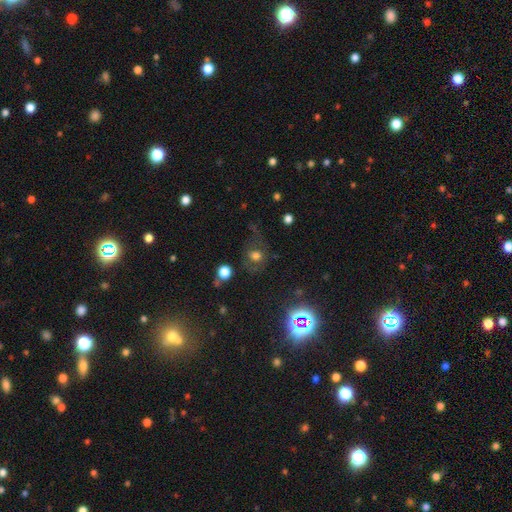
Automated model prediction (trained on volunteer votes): The model was most divided on "smooth or featured": smooth: 56%, star or artifact: 22%, featured or disk: 22%. More confident: how rounded — round (70%); merging — none (56%).